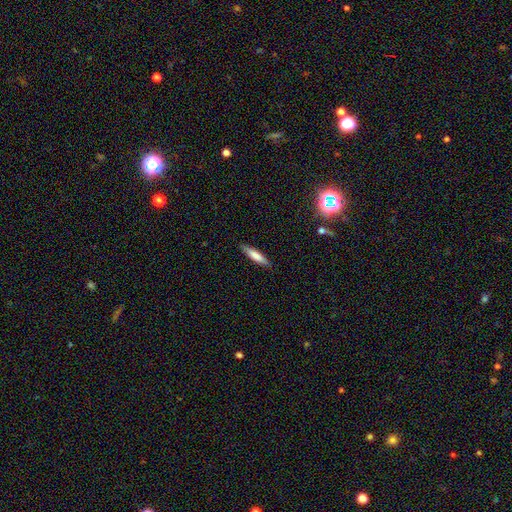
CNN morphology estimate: Smooth or featured? smooth (69%)
How rounded? cigar-shaped (83%)
Merging? none (88%)